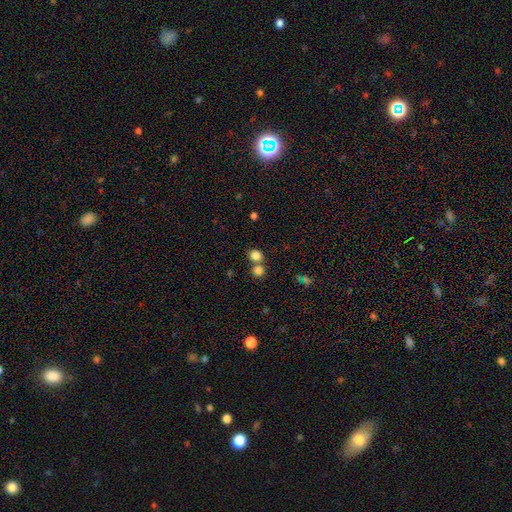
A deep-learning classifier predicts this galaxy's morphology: The model was most divided on "merging": none: 54%, merger: 35%, minor disturbance: 7%, major disturbance: 3%. More confident: smooth or featured — smooth (82%); how rounded — round (76%).